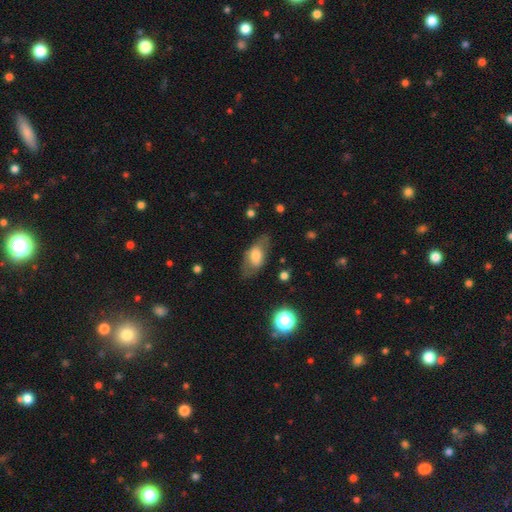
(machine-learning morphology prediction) Overall: smooth (59%; featured or disk 34%). How rounded: in between (88%). Merging: none (69%).